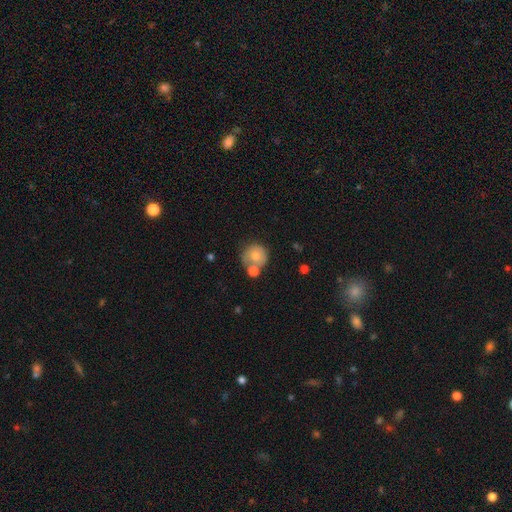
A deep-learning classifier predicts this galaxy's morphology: Overall: smooth (73%). How rounded: round (90%). Merging: none (51%; merger 27%).